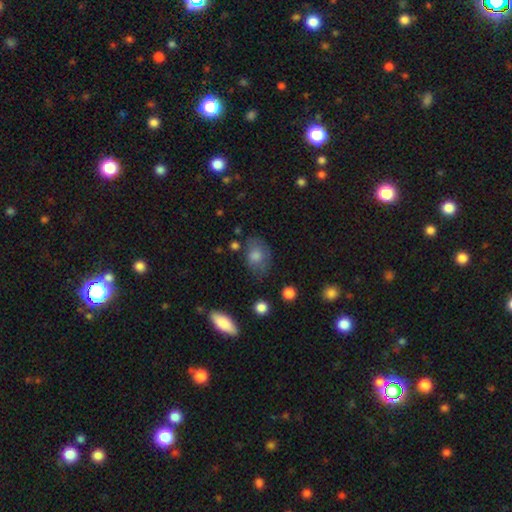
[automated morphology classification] Smooth or featured? smooth (72%)
How rounded? in between (78%)
Merging? none (63%)